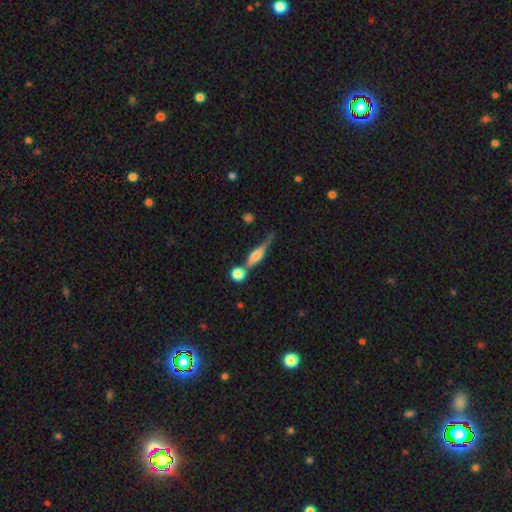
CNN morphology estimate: type=featured or disk (63%); edge-on=yes (93%); edge-on bulge=rounded (79%); merging=none (58%).